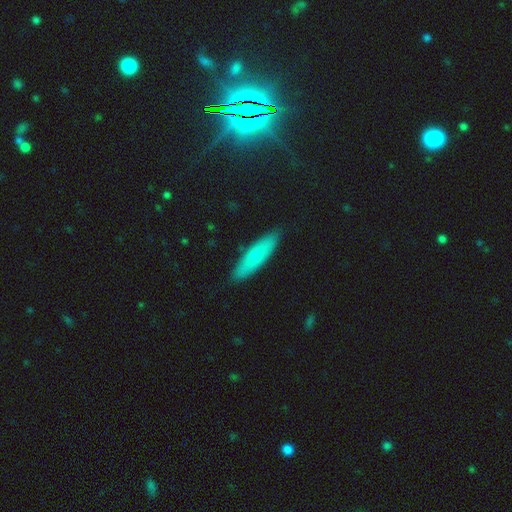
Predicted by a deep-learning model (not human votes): smooth 73%, featured or disk 21%, star or artifact 7%. Down the decision tree: how rounded — cigar-shaped (67%); merging — none (86%).